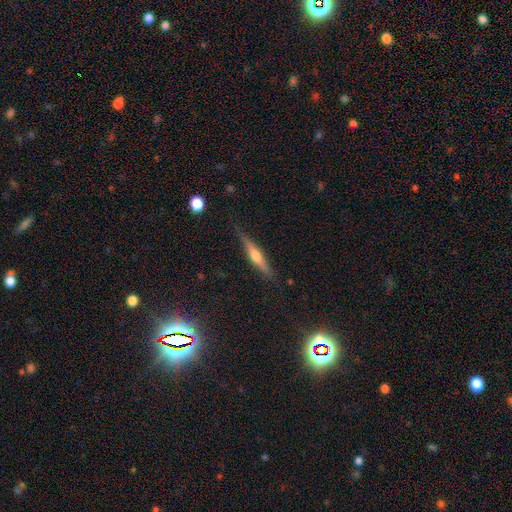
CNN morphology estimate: Smooth or featured? featured or disk (62%)
Edge-on disk? yes (96%)
Edge-on bulge? rounded (85%)
Merging? none (84%)